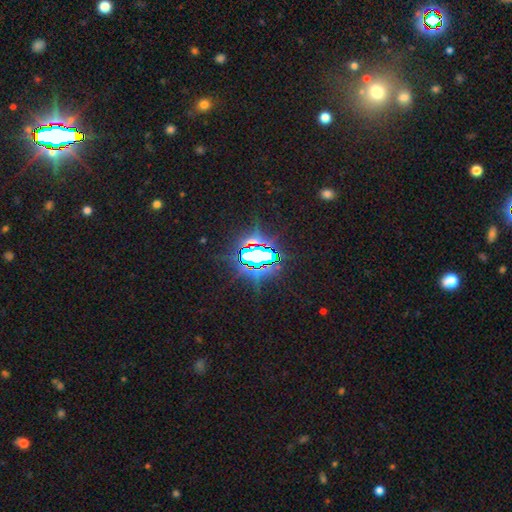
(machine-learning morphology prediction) A star or artifact, not a galaxy (80%).

Vote fractions:
- Smooth or featured? star or artifact: 80% / featured or disk: 10% / smooth: 10%